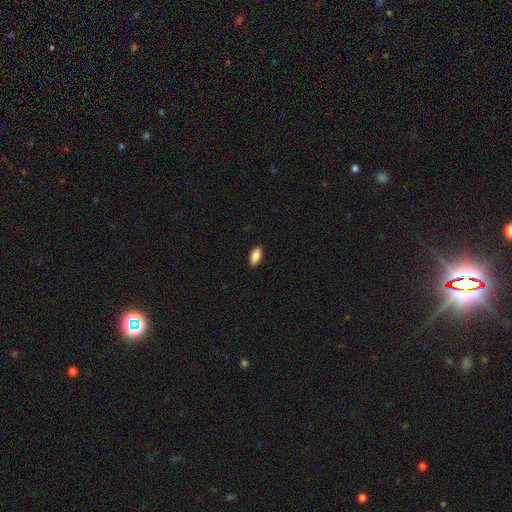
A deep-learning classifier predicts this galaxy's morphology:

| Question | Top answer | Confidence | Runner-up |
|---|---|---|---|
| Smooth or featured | smooth | 85% | featured or disk (8%) |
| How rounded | in between | 88% | cigar-shaped (9%) |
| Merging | none | 88% | minor disturbance (9%) |